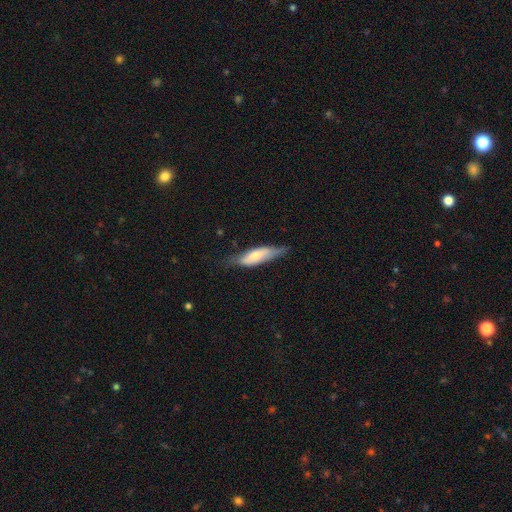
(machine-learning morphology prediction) smooth 61%, featured or disk 34%, star or artifact 6%. Down the decision tree: how rounded — in between (50%); merging — none (56%).